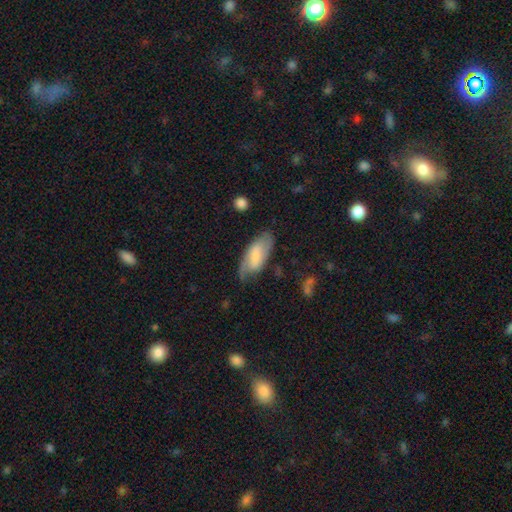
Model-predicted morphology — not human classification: A featured or disk galaxy (51%).

Vote fractions:
- Smooth or featured? featured or disk: 51% / smooth: 42% / star or artifact: 6%
- Edge-on disk? no: 89% / yes: 11%
- Merging? none: 66% / minor disturbance: 23% / major disturbance: 9% / merger: 2%